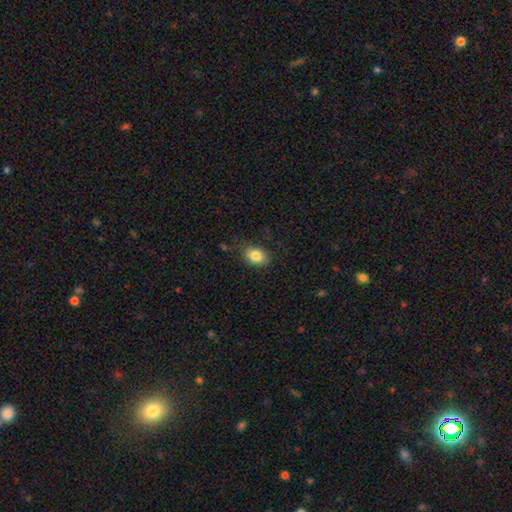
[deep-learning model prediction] A smooth galaxy with no disk features (84%) that is in between round and cigar-shaped (75%).

Vote fractions:
- Smooth or featured? smooth: 84% / star or artifact: 9% / featured or disk: 8%
- How rounded? in between: 75% / round: 23% / cigar-shaped: 1%
- Merging? none: 84% / minor disturbance: 12% / major disturbance: 3% / merger: 1%